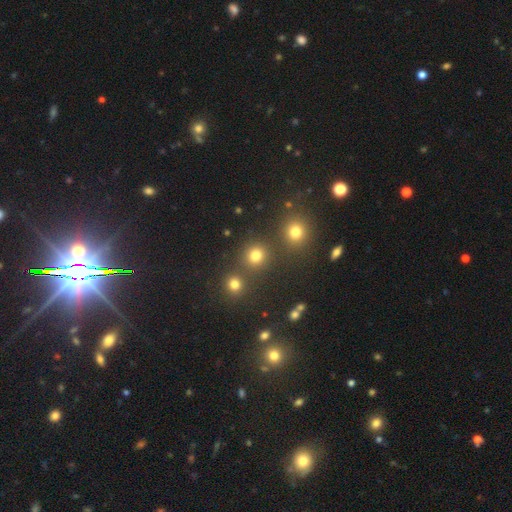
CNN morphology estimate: Smooth or featured? smooth (77%)
How rounded? round (90%)
Merging? none (78%)